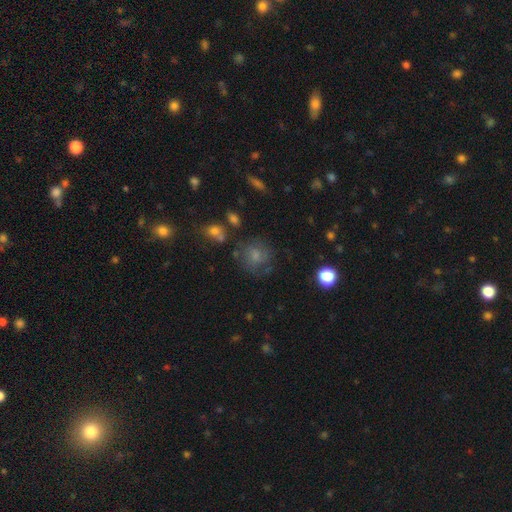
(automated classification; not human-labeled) Overall: smooth (60%; featured or disk 27%). How rounded: round (80%). Merging: none (63%).